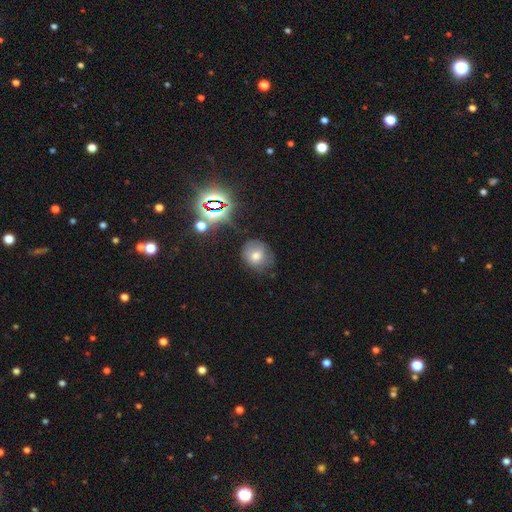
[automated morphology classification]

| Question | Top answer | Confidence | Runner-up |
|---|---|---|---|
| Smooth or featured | smooth | 65% | star or artifact (18%) |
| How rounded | round | 76% | in between (23%) |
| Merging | none | 62% | minor disturbance (25%) |